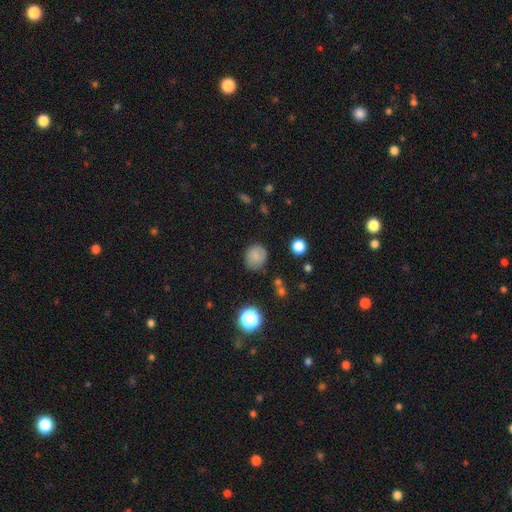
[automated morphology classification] smooth 81%, star or artifact 12%, featured or disk 7%. Down the decision tree: how rounded — round (77%); merging — none (79%).